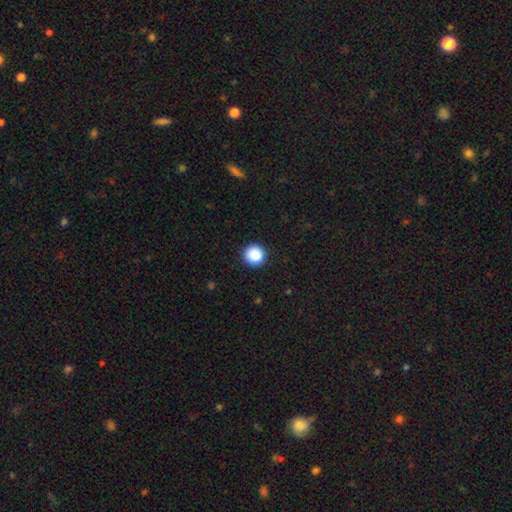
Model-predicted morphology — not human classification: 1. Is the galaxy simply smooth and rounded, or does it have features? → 87% smooth, 9% star or artifact, 3% featured or disk.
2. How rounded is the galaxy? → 96% round, 3% in between, 1% cigar-shaped.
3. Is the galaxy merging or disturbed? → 91% none, 6% minor disturbance, 2% major disturbance, 1% merger.